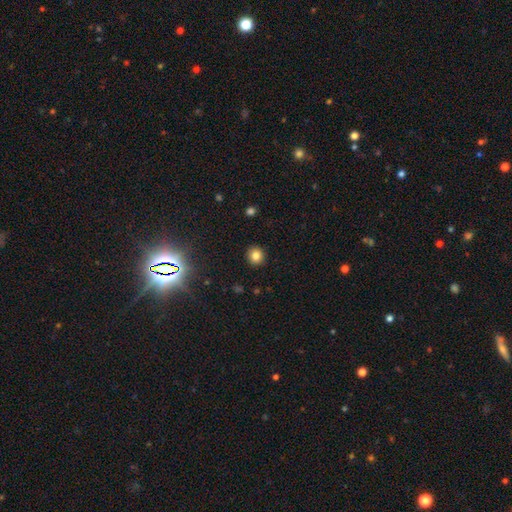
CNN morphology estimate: Smooth or featured? smooth (81%)
How rounded? round (90%)
Merging? none (92%)